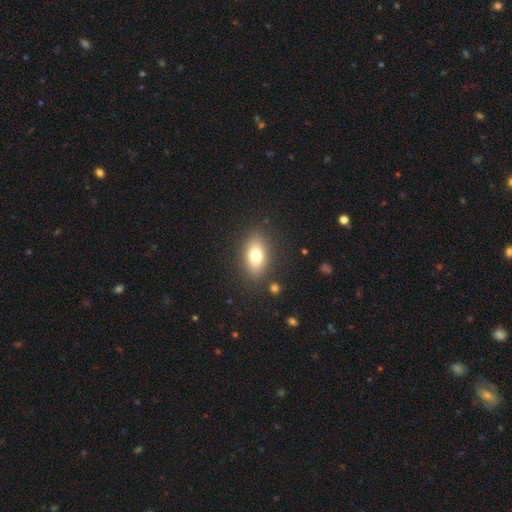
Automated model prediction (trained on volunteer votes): Smooth or featured? smooth (76%)
How rounded? in between (86%)
Merging? none (85%)